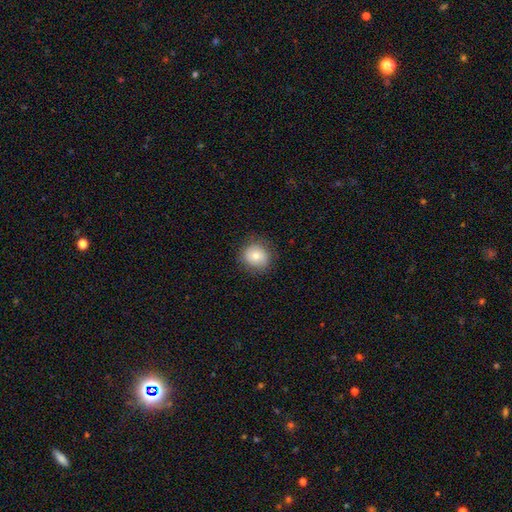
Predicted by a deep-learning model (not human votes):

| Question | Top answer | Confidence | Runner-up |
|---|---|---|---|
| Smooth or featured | smooth | 79% | featured or disk (13%) |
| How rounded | round | 80% | in between (19%) |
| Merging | none | 84% | minor disturbance (11%) |